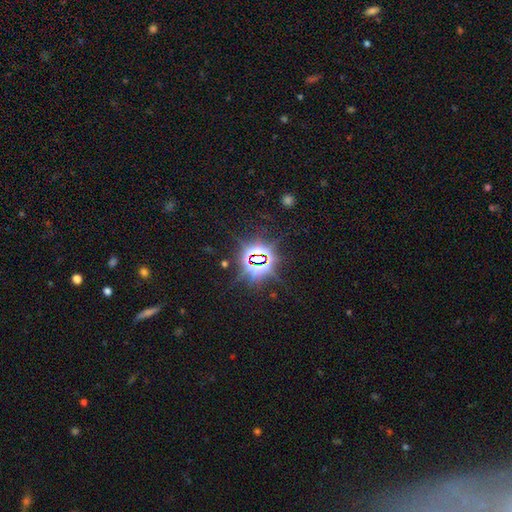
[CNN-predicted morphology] This is clearly a star or artifact rather than a galaxy (85%).